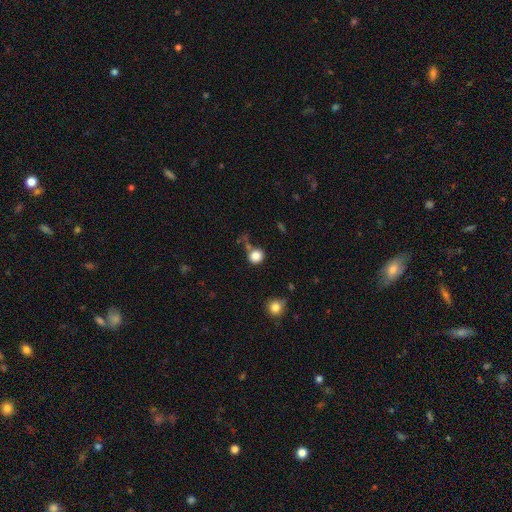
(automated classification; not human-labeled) Smooth or featured? smooth (84%)
How rounded? round (86%)
Merging? none (69%)